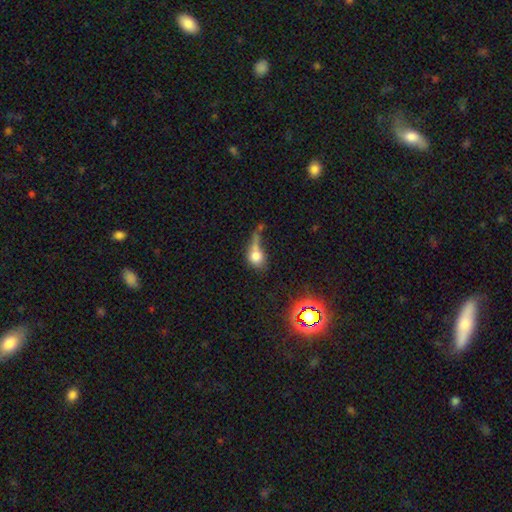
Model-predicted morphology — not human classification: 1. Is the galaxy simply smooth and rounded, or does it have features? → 67% smooth, 18% featured or disk, 15% star or artifact.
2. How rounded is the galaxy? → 53% round, 42% in between, 5% cigar-shaped.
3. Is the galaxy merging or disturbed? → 31% major disturbance, 26% merger, 24% none, 19% minor disturbance.